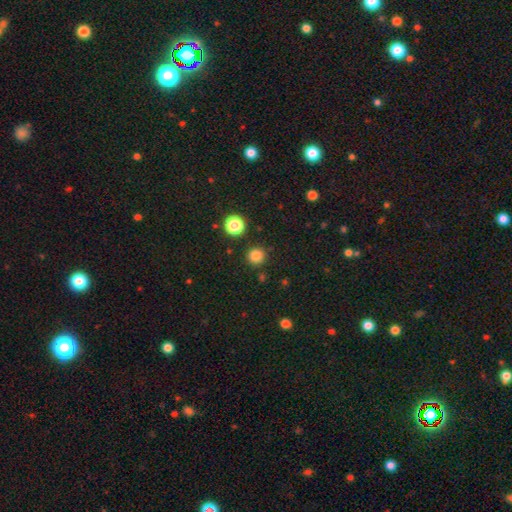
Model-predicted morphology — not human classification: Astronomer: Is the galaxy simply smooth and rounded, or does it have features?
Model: smooth — 82%.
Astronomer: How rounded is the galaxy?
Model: round — 95%.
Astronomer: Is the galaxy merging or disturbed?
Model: none — 90%.